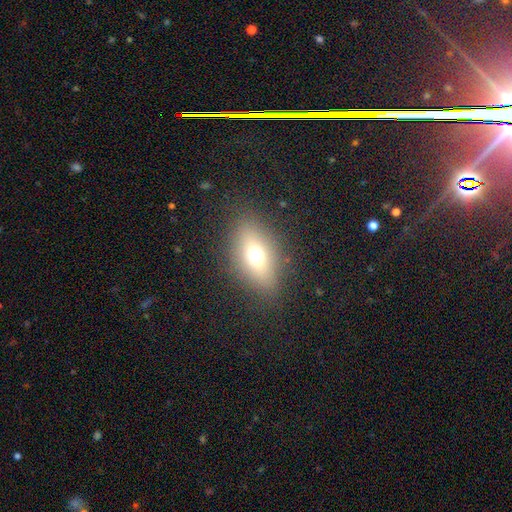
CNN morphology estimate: Smooth or featured: smooth — 65% (featured or disk — 22%)
How rounded: in between — 78% (round — 15%)
Merging: none — 84% (minor disturbance — 10%)